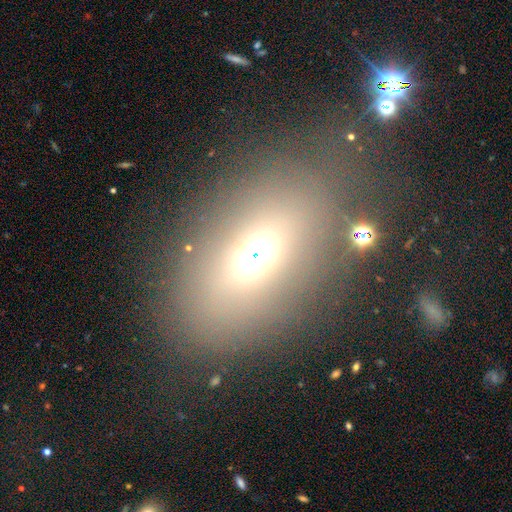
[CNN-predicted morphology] smooth_or_featured: smooth (p=0.58) [alt: star or artifact p=0.25]
how_rounded: in between (p=0.71) [alt: round p=0.26]
merging: none (p=0.71) [alt: minor disturbance p=0.13]